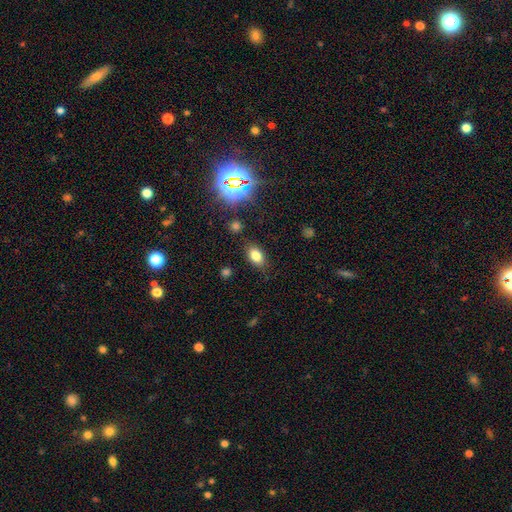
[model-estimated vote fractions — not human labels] Smooth or featured?
  - smooth: 78% *
  - star or artifact: 14%
  - featured or disk: 9%
How rounded?
  - in between: 85% *
  - round: 12%
  - cigar-shaped: 2%
Merging?
  - none: 82% *
  - minor disturbance: 12%
  - major disturbance: 3%
  - merger: 2%